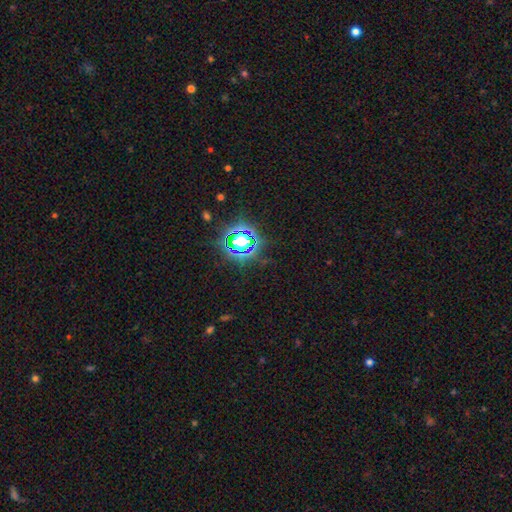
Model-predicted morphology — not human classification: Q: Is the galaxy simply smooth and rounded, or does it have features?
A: star or artifact — 80%.